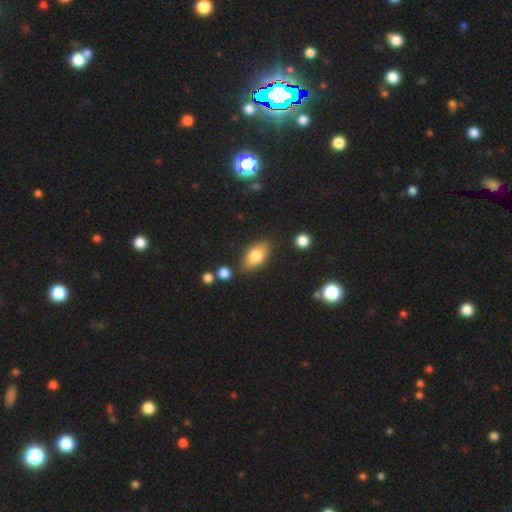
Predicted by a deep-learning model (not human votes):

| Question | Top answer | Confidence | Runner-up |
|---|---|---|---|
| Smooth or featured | smooth | 76% | featured or disk (17%) |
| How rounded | in between | 87% | cigar-shaped (7%) |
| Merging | none | 81% | minor disturbance (12%) |